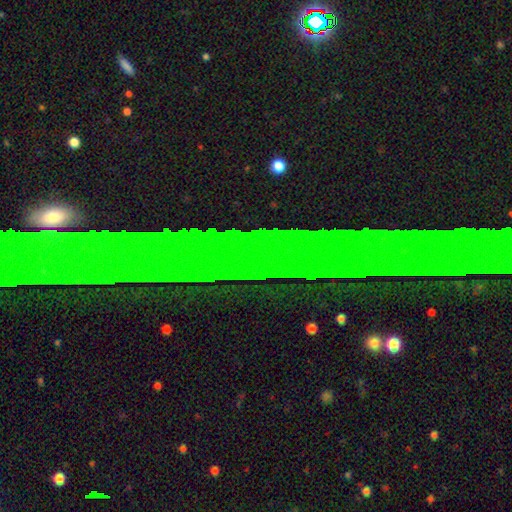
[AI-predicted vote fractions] This appears to be a star or artifact, not a galaxy (74%).